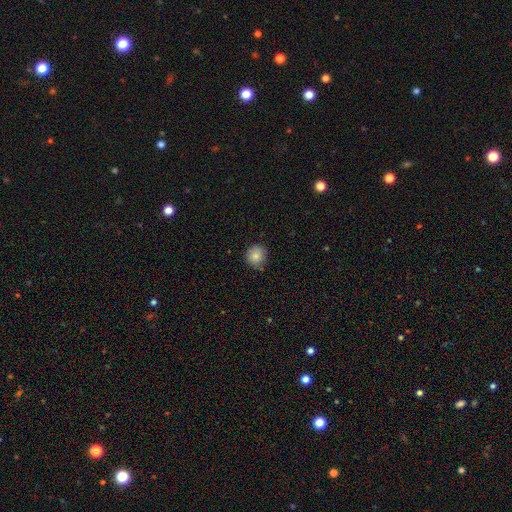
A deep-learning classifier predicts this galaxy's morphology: A smooth galaxy with no disk features (84%) that is round (90%). Merging: none (85%).